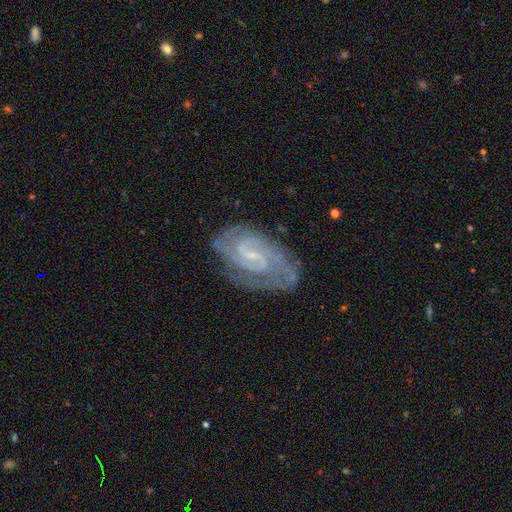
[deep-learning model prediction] This appears to be a featured or disk galaxy (82%) with a weak bar (46%), 2 (45%) tight (66%) spiral arms (97%) and a small central bulge (71%). Merging: none (77%).